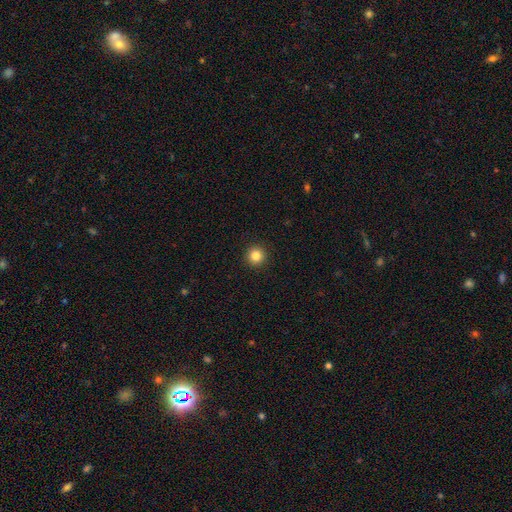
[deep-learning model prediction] smooth-or-featured: smooth: 84% | star or artifact: 12% | featured or disk: 5%
  how-rounded: round: 96% | in between: 3% | cigar-shaped: 1%
  merging: none: 94% | minor disturbance: 4% | major disturbance: 1% | merger: 1%